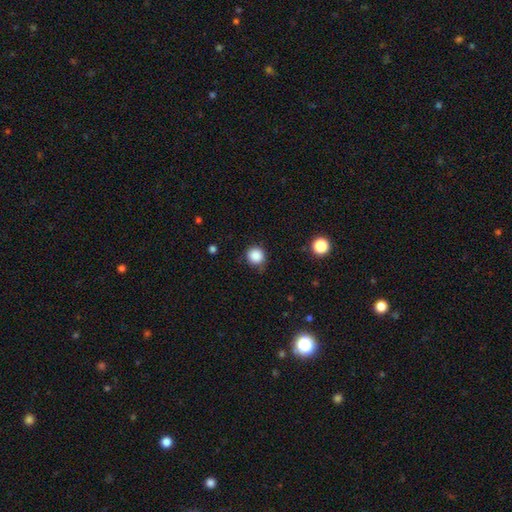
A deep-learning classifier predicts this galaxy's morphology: A smooth galaxy with no disk features (87%) that is round (91%).

Vote fractions:
- Smooth or featured? smooth: 87% / star or artifact: 10% / featured or disk: 3%
- How rounded? round: 91% / in between: 9% / cigar-shaped: 1%
- Merging? none: 79% / minor disturbance: 16% / major disturbance: 4% / merger: 2%